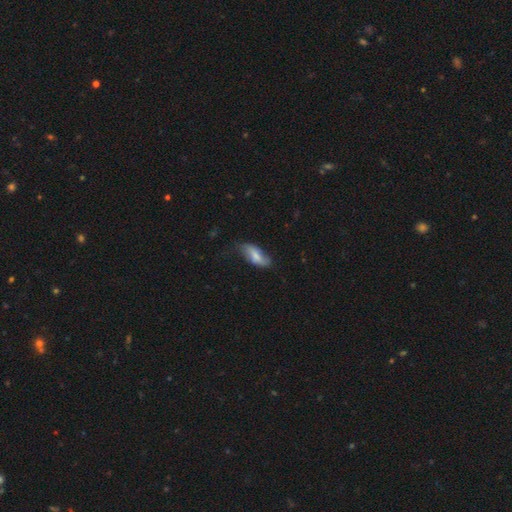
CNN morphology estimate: Q: Smooth or featured?
A: smooth (63%); runner-up: featured or disk (30%)
Q: How rounded?
A: in between (81%); runner-up: cigar-shaped (16%)
Q: Merging?
A: none (56%); runner-up: minor disturbance (32%)